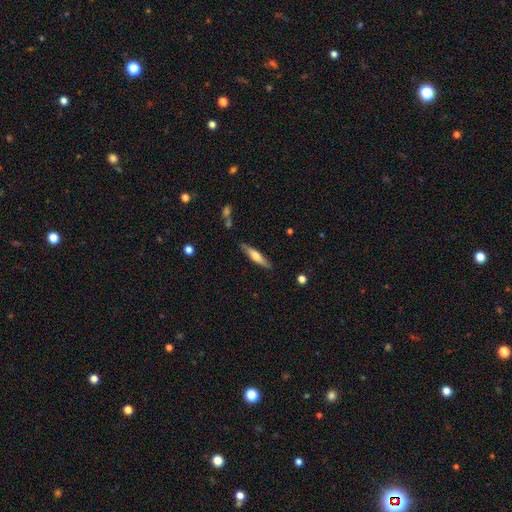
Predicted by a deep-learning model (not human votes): This appears to be a smooth galaxy with no disk features (55%) that is cigar-shaped (84%). Merging: none (85%).